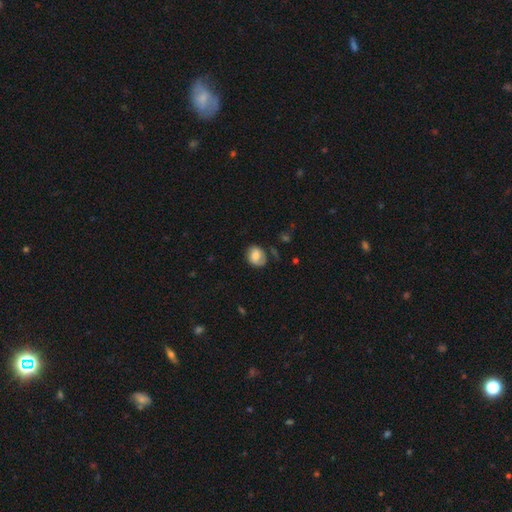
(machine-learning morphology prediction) A smooth galaxy with no disk features (73%) that is round (53%).

Vote fractions:
- Smooth or featured? smooth: 73% / featured or disk: 19% / star or artifact: 8%
- How rounded? round: 53% / in between: 46% / cigar-shaped: 1%
- Merging? none: 63% / minor disturbance: 26% / major disturbance: 9% / merger: 3%